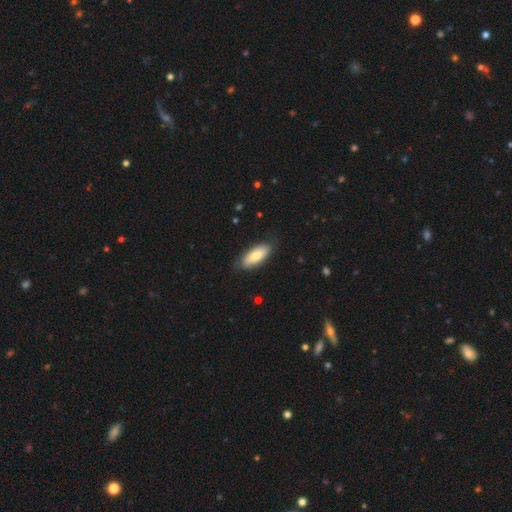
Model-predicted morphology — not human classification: A smooth galaxy with no disk features (79%) that is in between round and cigar-shaped (81%). Merging: none (79%).